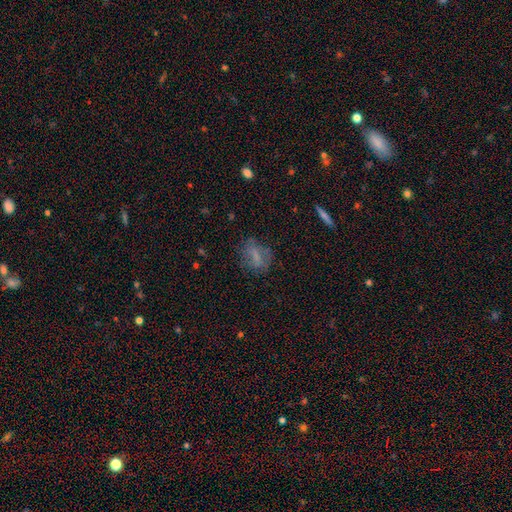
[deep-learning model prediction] Smooth or featured?
  - smooth: 59% *
  - featured or disk: 28%
  - star or artifact: 13%
How rounded?
  - in between: 63% *
  - round: 29%
  - cigar-shaped: 8%
Merging?
  - none: 65% *
  - minor disturbance: 20%
  - major disturbance: 13%
  - merger: 2%